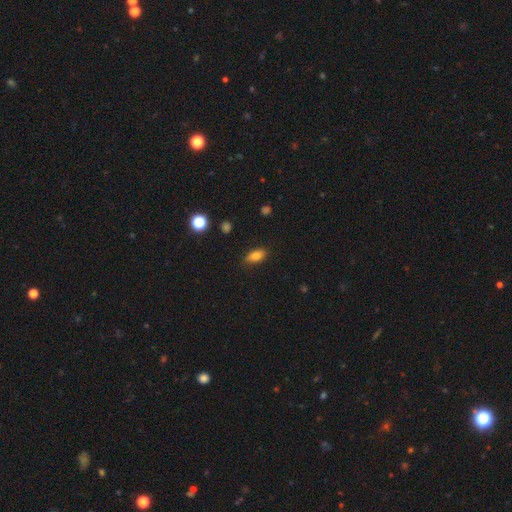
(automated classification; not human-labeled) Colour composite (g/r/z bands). It shows a smooth galaxy with no disk features (82%) that is in between round and cigar-shaped (85%). Merging: none (85%).